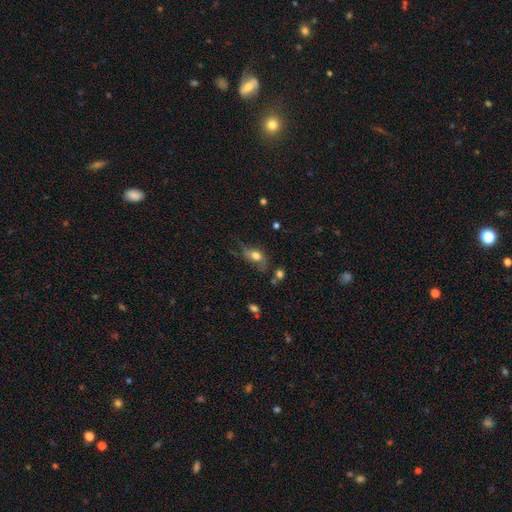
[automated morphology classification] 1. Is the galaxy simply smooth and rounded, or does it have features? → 65% smooth, 24% featured or disk, 11% star or artifact.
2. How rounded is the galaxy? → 78% in between, 16% round, 6% cigar-shaped.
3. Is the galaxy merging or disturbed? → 40% none, 29% minor disturbance, 25% major disturbance, 6% merger.